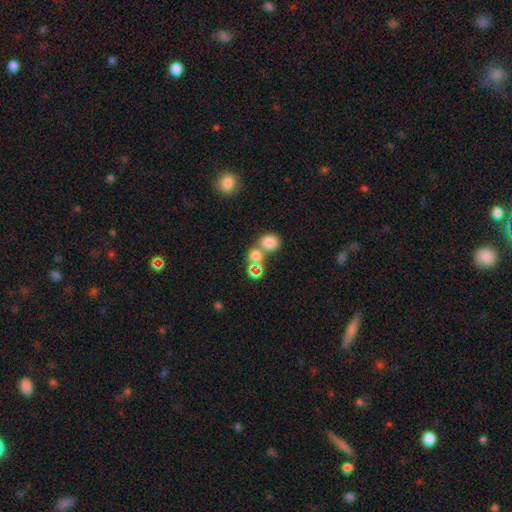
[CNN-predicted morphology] This appears to be a smooth galaxy with no disk features (72%) that is round (65%). Merging: none (45%).